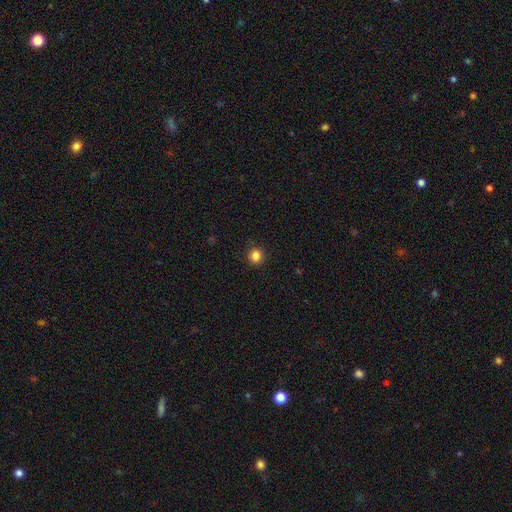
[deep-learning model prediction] A smooth galaxy with no disk features (85%) that is round (92%). Merging: none (91%).